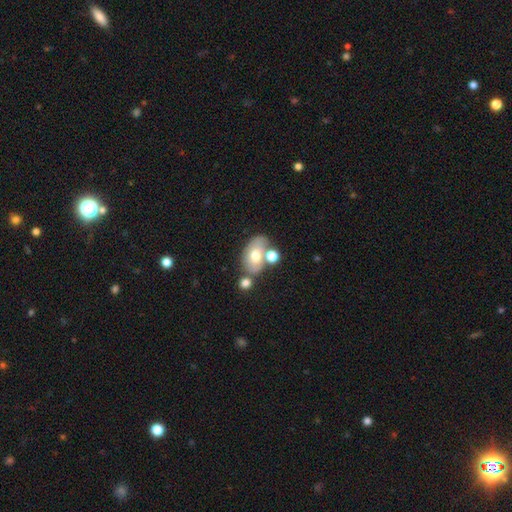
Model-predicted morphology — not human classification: smooth-or-featured: smooth: 64% | featured or disk: 27% | star or artifact: 9%
  how-rounded: in between: 85% | round: 13% | cigar-shaped: 2%
  merging: none: 52% | merger: 27% | minor disturbance: 15% | major disturbance: 6%